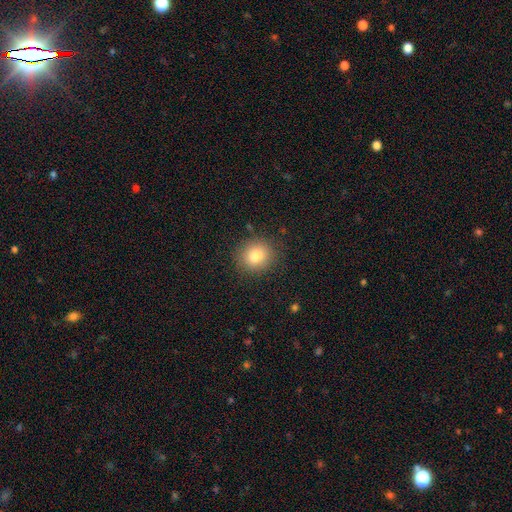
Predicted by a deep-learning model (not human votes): smooth 79%, star or artifact 11%, featured or disk 9%. Down the decision tree: how rounded — round (83%); merging — none (87%).